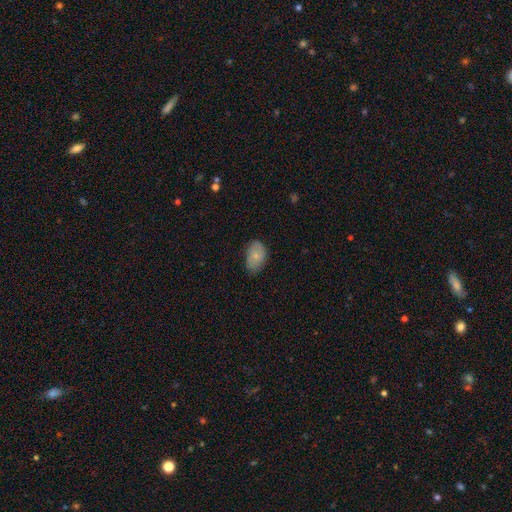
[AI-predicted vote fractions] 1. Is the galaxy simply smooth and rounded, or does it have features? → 71% smooth, 21% featured or disk, 7% star or artifact.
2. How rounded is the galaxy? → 89% in between, 10% round, 1% cigar-shaped.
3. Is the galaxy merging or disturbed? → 71% none, 23% minor disturbance, 4% major disturbance, 1% merger.